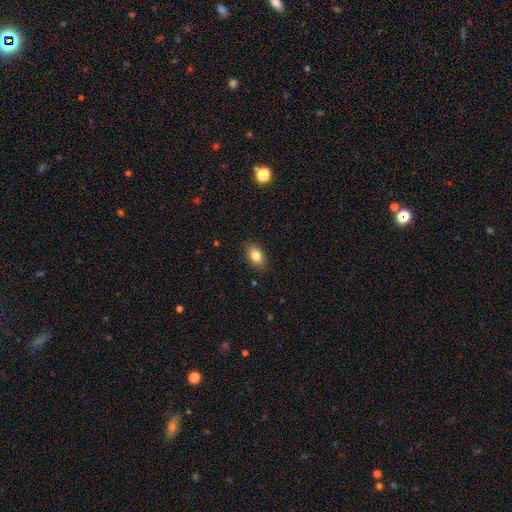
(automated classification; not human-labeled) Smooth or featured? Predicted: smooth (p=0.82). How rounded? Predicted: in between (p=0.86). Merging? Predicted: none (p=0.86).